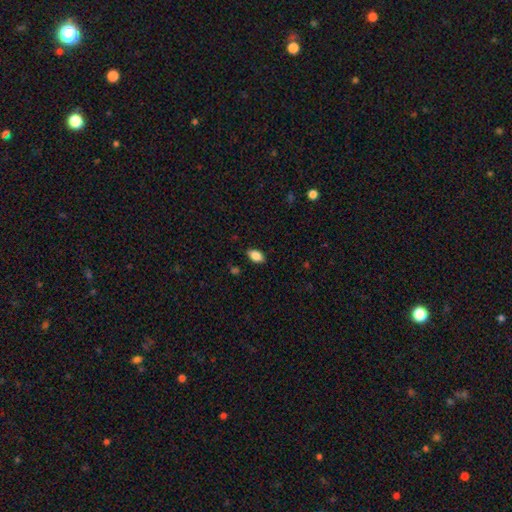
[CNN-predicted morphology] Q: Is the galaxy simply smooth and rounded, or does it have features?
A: smooth — 87%.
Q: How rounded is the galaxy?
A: in between — 92%.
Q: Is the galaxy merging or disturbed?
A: none — 87%.